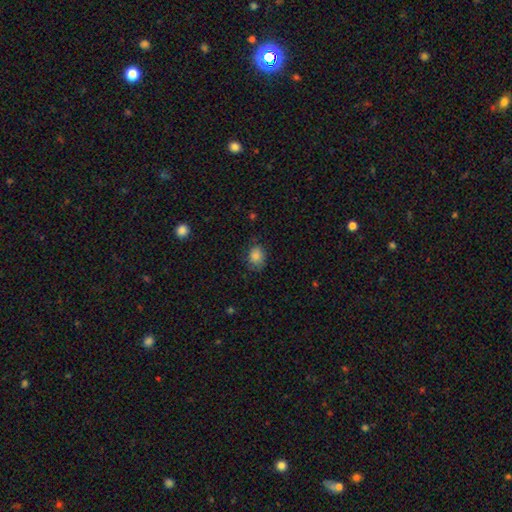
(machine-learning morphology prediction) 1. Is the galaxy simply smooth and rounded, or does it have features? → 84% smooth, 10% star or artifact, 6% featured or disk.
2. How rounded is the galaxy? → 51% round, 49% in between, 1% cigar-shaped.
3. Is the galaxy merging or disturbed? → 72% none, 22% minor disturbance, 6% major disturbance, 1% merger.